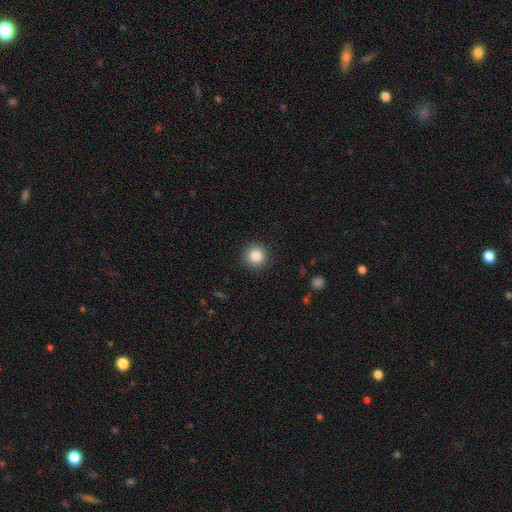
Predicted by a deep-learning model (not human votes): This is clearly a smooth galaxy (86%). How rounded: clearly round (94%). Merging: clearly none (90%).